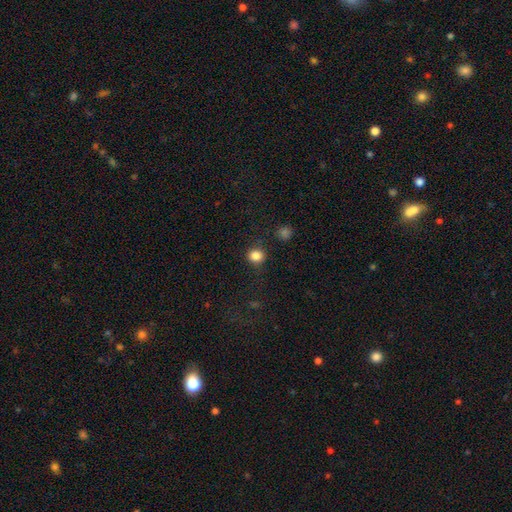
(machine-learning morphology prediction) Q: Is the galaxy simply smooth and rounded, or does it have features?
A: smooth — 85%.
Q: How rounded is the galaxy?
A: round — 84%.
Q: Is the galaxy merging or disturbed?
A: none — 87%.